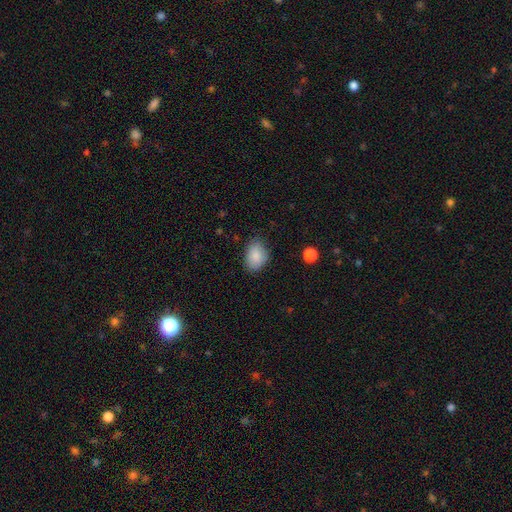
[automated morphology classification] Smooth or featured? Predicted: smooth (p=0.87). How rounded? Predicted: in between (p=0.81). Merging? Predicted: none (p=0.76).